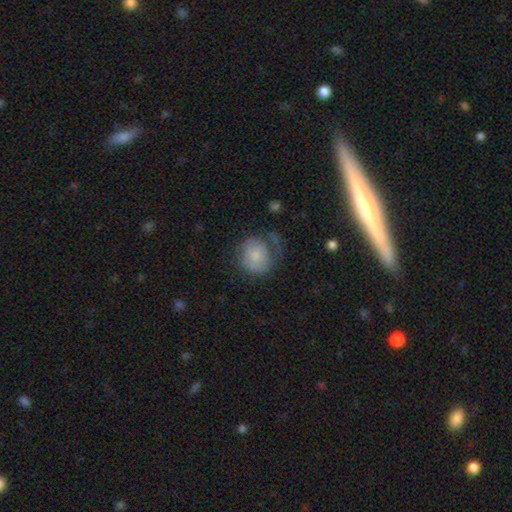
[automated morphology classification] Overall: smooth (66%; featured or disk 27%). How rounded: round (80%). Merging: none (40%; major disturbance 31%).